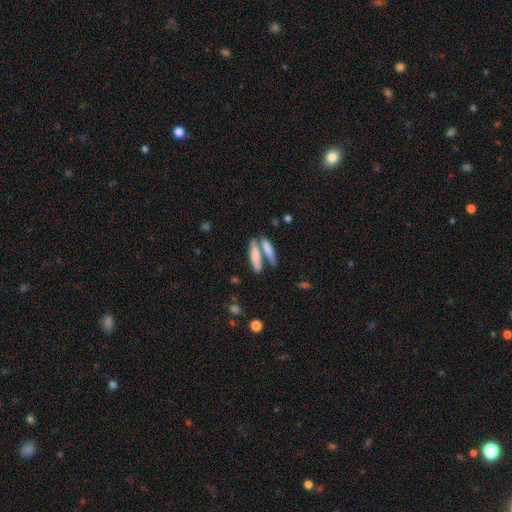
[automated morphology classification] This is likely a smooth galaxy (71%). How rounded: likely cigar-shaped (71%). Merging: marginally none (44%).